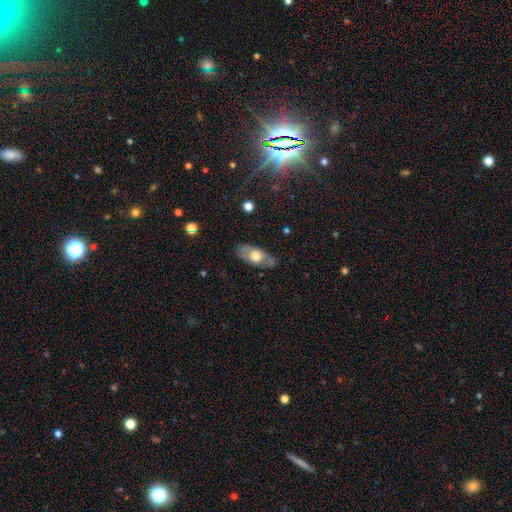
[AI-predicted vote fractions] Smooth or featured?
  - smooth: 56% *
  - featured or disk: 38%
  - star or artifact: 6%
How rounded?
  - in between: 85% *
  - cigar-shaped: 10%
  - round: 5%
Merging?
  - none: 74% *
  - minor disturbance: 19%
  - major disturbance: 5%
  - merger: 2%